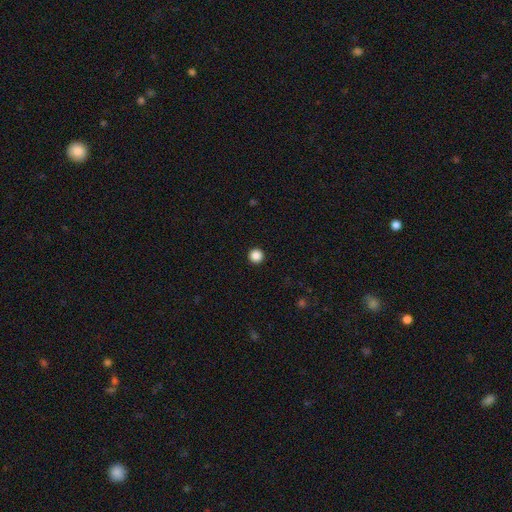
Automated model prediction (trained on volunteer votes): Overall: smooth (87%). How rounded: round (97%). Merging: none (94%).